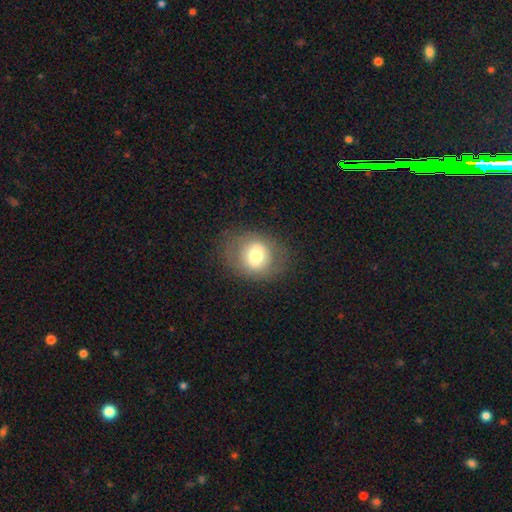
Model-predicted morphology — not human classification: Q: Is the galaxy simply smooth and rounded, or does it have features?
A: smooth — 63%.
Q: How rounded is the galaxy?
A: round — 55%.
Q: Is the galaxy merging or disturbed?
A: none — 79%.